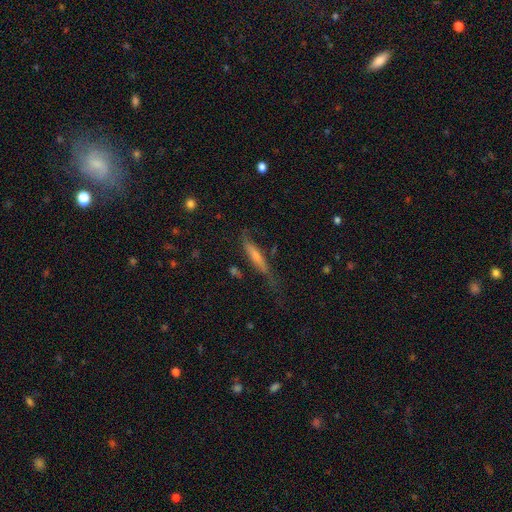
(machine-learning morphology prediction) This is possibly a featured or disk galaxy (50%). Merging: possibly none (58%).